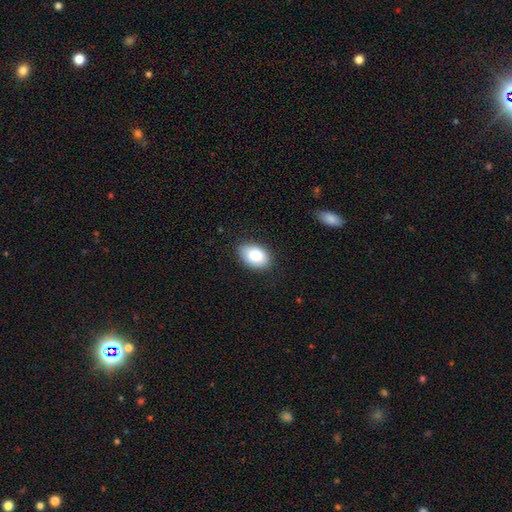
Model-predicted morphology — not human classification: Overall: smooth (86%). How rounded: in between (89%). Merging: none (83%).